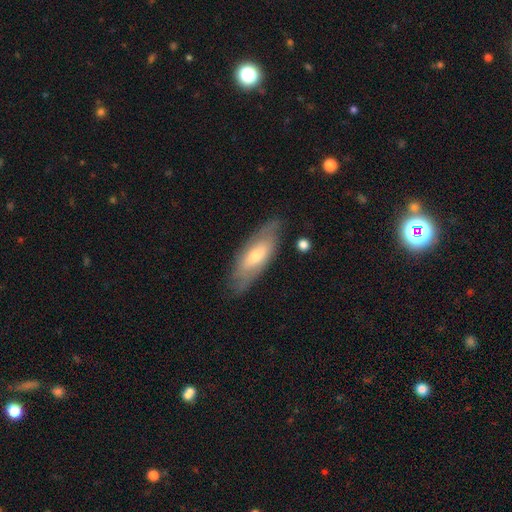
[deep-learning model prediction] This appears to be a featured or disk galaxy (47%). Merging: none (75%).